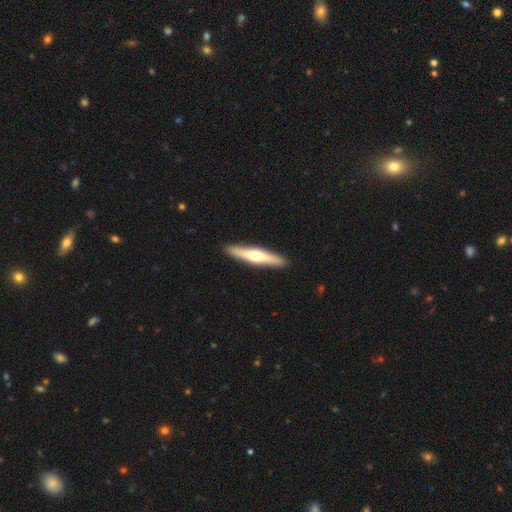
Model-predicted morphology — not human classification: A featured or disk galaxy (54%) viewed edge-on (95%) with a rounded central bulge (90%).

Vote fractions:
- Smooth or featured? featured or disk: 54% / smooth: 41% / star or artifact: 5%
- Edge-on disk? yes: 95% / no: 5%
- Edge-on bulge? rounded: 90% / none: 6% / boxy: 4%
- Merging? none: 92% / minor disturbance: 6% / major disturbance: 1% / merger: 1%